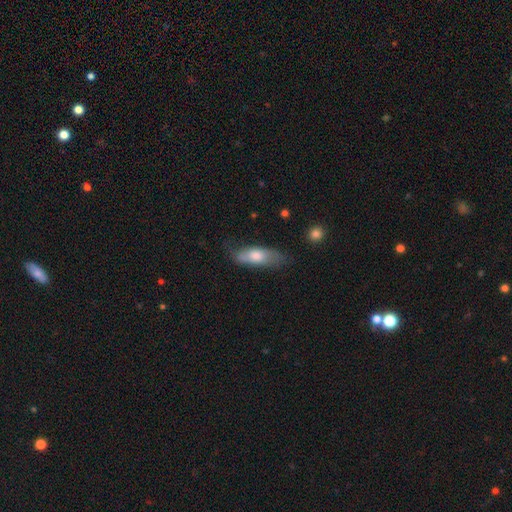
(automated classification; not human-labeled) Overall: smooth (67%; featured or disk 27%). How rounded: in between (67%; cigar-shaped 31%). Merging: none (62%; minor disturbance 27%).